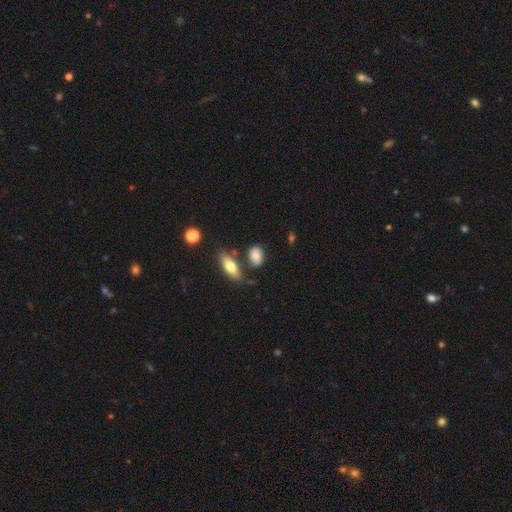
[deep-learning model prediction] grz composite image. It shows a smooth galaxy with no disk features (78%) that is in between round and cigar-shaped (77%). Merging: none (68%).